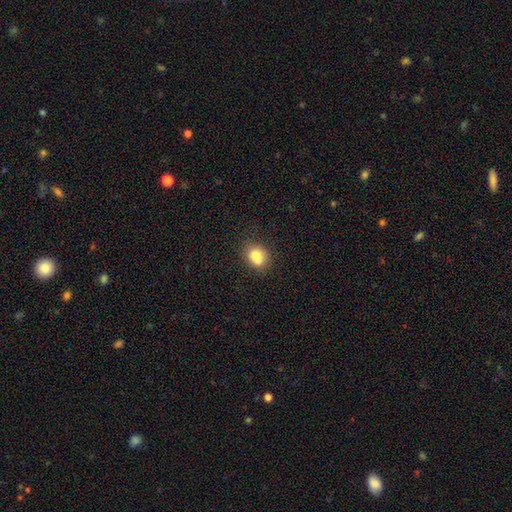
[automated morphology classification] smooth-or-featured: smooth: 77% | featured or disk: 13% | star or artifact: 10%
  how-rounded: round: 67% | in between: 32% | cigar-shaped: 1%
  merging: none: 55% | merger: 26% | minor disturbance: 15% | major disturbance: 4%